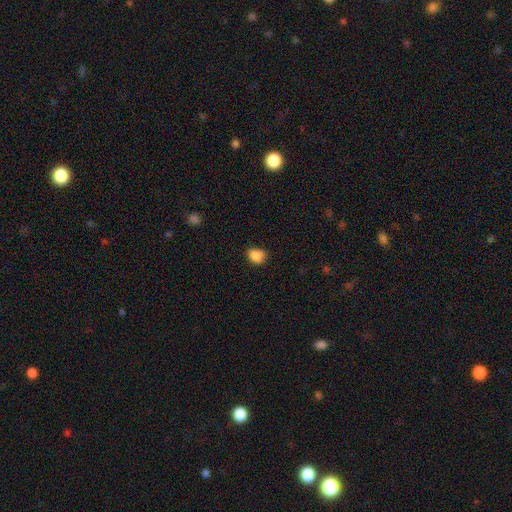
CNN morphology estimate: Smooth or featured? Predicted: smooth (p=0.86). How rounded? Predicted: round (p=0.50). Merging? Predicted: none (p=0.64).